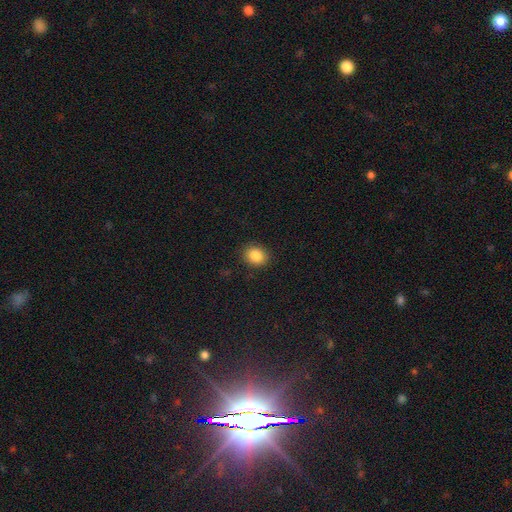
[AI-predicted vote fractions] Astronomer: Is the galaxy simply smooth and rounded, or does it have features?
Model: smooth — 85%.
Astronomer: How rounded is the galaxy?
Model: round — 58% (runner-up: in between, 41%).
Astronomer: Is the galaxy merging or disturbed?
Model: none — 89%.